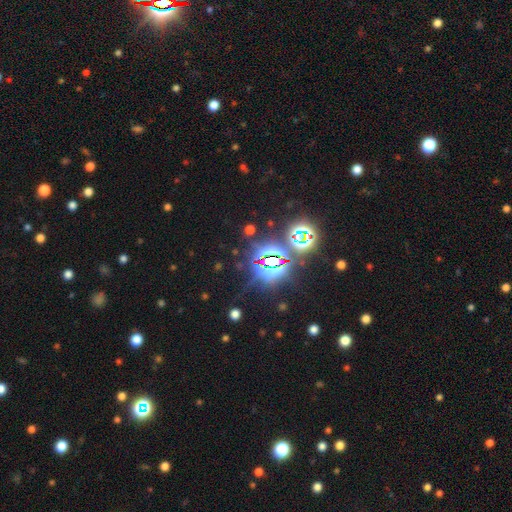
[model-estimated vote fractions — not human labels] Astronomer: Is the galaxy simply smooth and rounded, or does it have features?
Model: star or artifact — 82%.